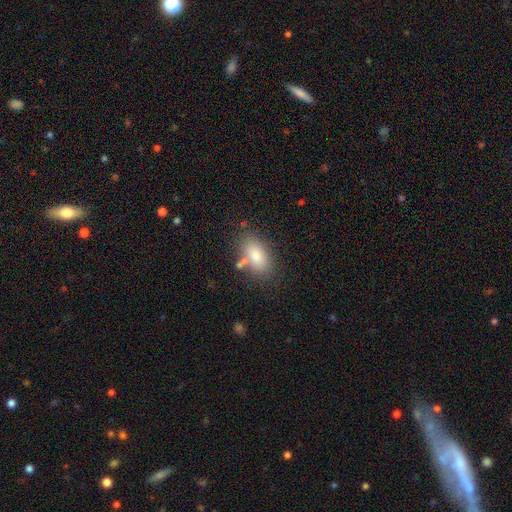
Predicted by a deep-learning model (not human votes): Morphology: type=smooth (81%); roundness=in between (90%); merging=none (72%).